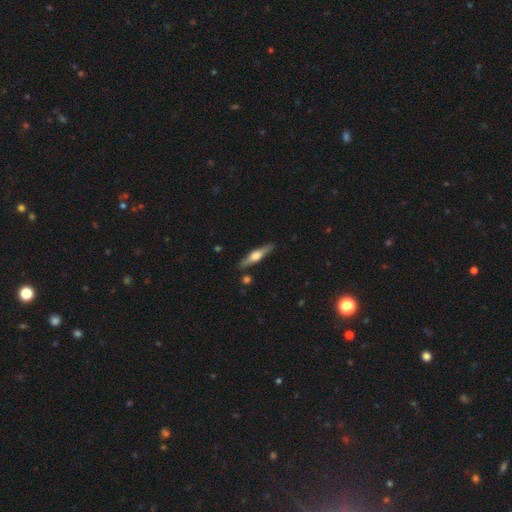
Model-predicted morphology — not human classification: Overall: featured or disk (65%; smooth 29%). Edge-on disk: yes (97%). Edge-on bulge: rounded (90%). Merging: none (87%).